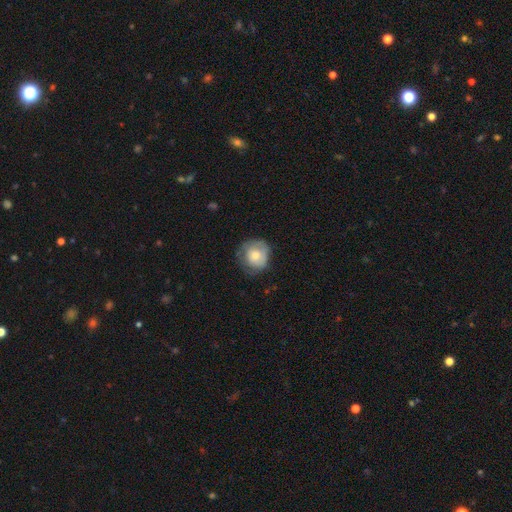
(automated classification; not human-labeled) smooth_or_featured: smooth (p=0.64) [alt: featured or disk p=0.29]
how_rounded: round (p=0.85) [alt: in between p=0.14]
merging: none (p=0.58) [alt: minor disturbance p=0.29]